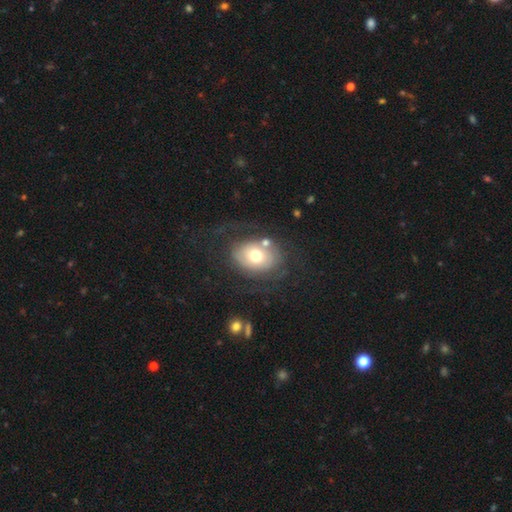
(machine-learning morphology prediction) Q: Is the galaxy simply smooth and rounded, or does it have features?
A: featured or disk — 49%.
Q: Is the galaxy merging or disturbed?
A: none — 56%.